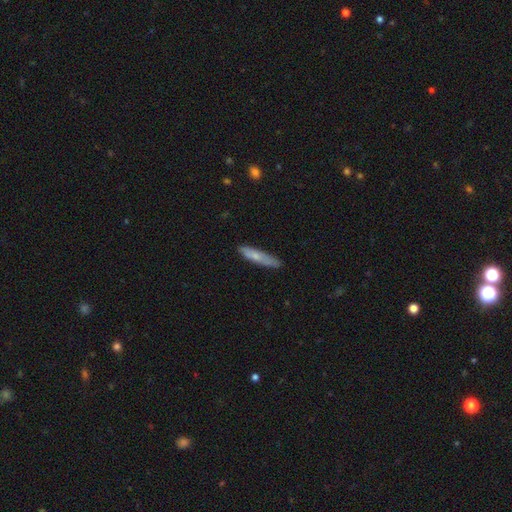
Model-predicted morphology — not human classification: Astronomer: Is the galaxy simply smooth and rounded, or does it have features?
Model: smooth — 68%.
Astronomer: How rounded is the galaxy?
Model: cigar-shaped — 85%.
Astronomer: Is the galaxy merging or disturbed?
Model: none — 79%.